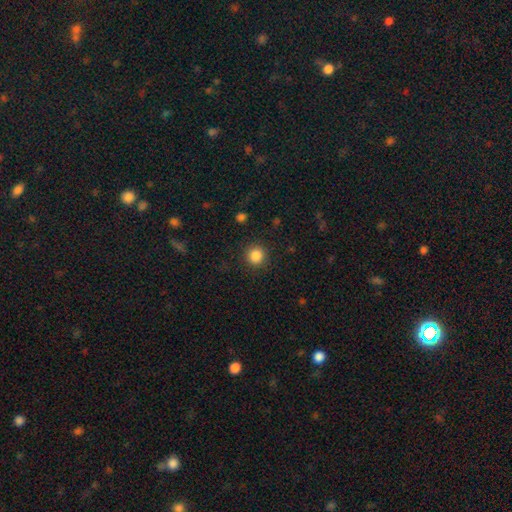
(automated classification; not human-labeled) This is clearly a smooth galaxy (86%). How rounded: clearly round (92%). Merging: clearly none (90%).